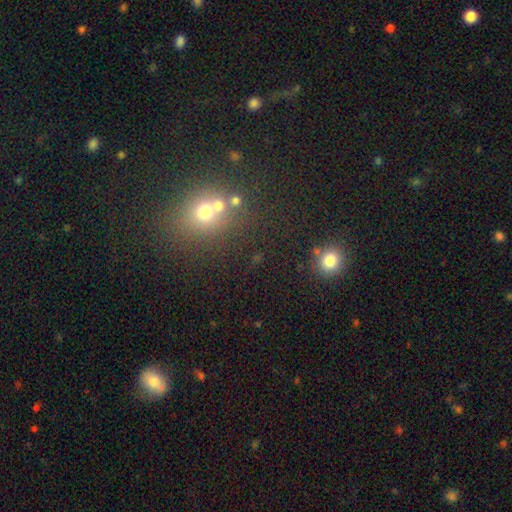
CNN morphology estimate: Smooth or featured: smooth — 51% (star or artifact — 36%)
How rounded: round — 74% (in between — 24%)
Merging: none — 65% (merger — 21%)